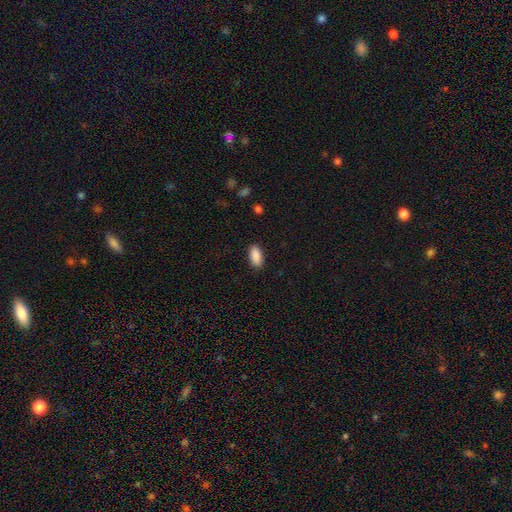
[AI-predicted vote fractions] Smooth or featured? smooth (90%)
How rounded? in between (90%)
Merging? none (89%)